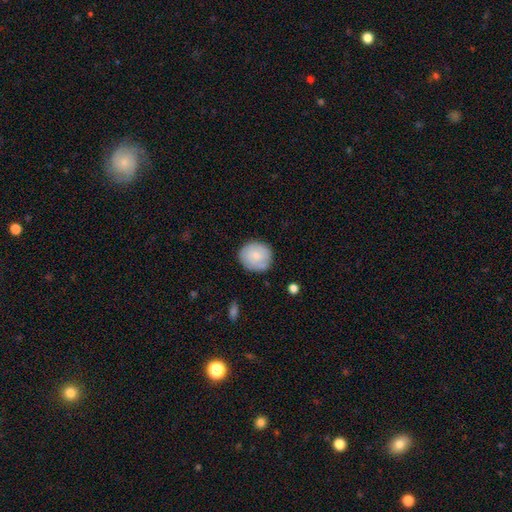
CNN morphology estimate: type=smooth (74%); roundness=round (83%); merging=none (82%).